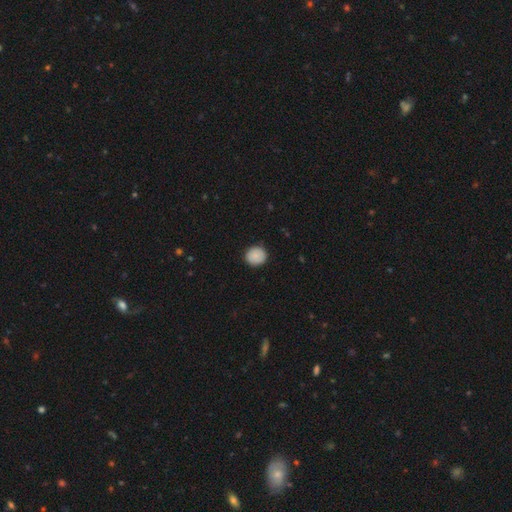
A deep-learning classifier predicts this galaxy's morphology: This is clearly a smooth galaxy (89%). How rounded: clearly round (85%). Merging: clearly none (89%).